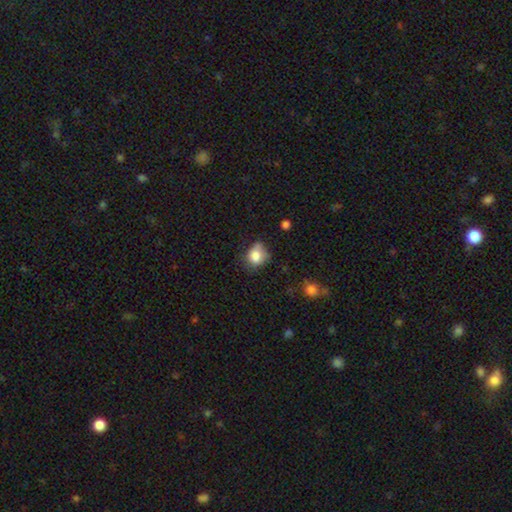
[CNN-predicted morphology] This appears to be a smooth galaxy with no disk features (81%) that is round (59%). Merging: none (46%).